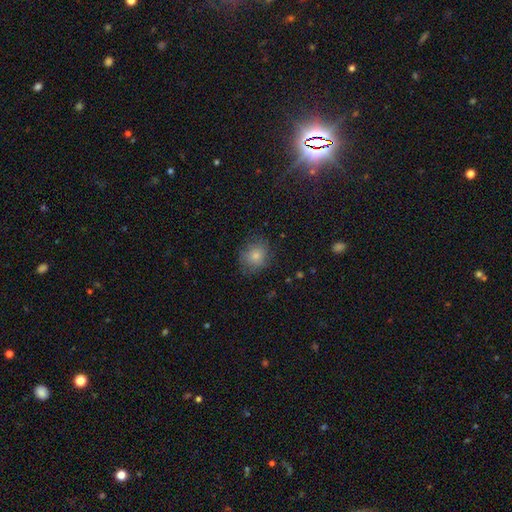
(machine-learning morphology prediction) The model was most divided on "how rounded": round: 73%, in between: 26%, cigar-shaped: 1%. More confident: smooth or featured — smooth (78%); merging — none (73%).